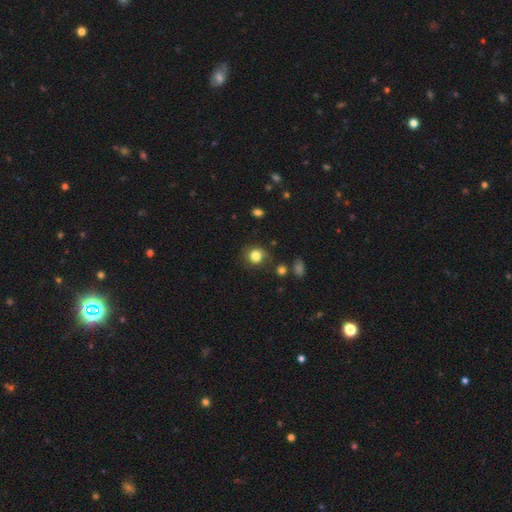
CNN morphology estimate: Smooth or featured: smooth — 82% (star or artifact — 10%)
How rounded: round — 80% (in between — 19%)
Merging: none — 71% (minor disturbance — 18%)